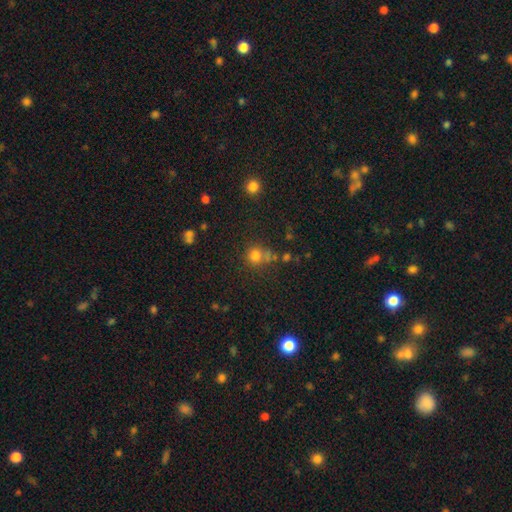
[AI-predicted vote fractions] Smooth or featured? smooth (74%)
How rounded? round (85%)
Merging? none (57%)